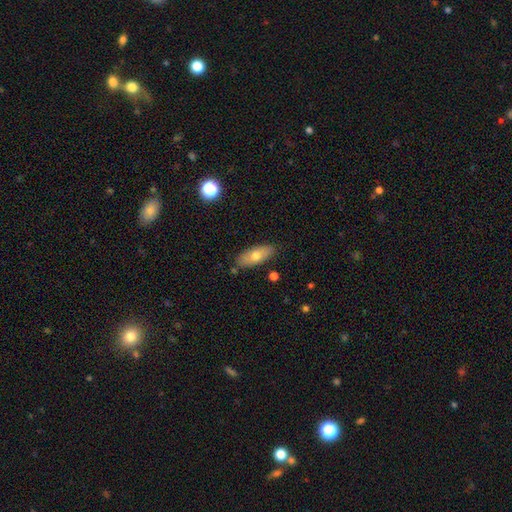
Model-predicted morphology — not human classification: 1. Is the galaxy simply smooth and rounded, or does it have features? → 67% smooth, 27% featured or disk, 7% star or artifact.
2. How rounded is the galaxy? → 82% in between, 15% cigar-shaped, 3% round.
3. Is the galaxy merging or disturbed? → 82% none, 12% minor disturbance, 3% merger, 2% major disturbance.